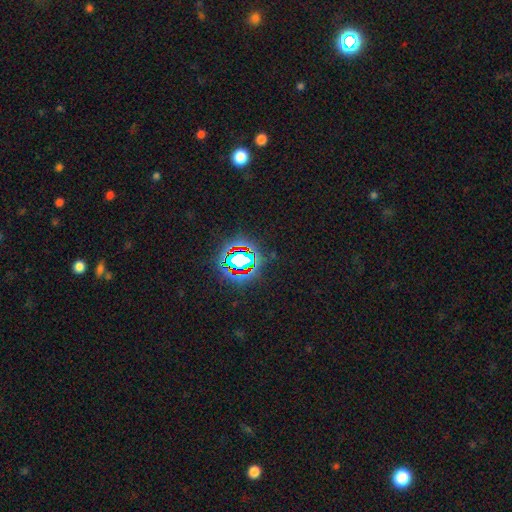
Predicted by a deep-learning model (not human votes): Smooth or featured?
  - star or artifact: 79% *
  - smooth: 13%
  - featured or disk: 9%